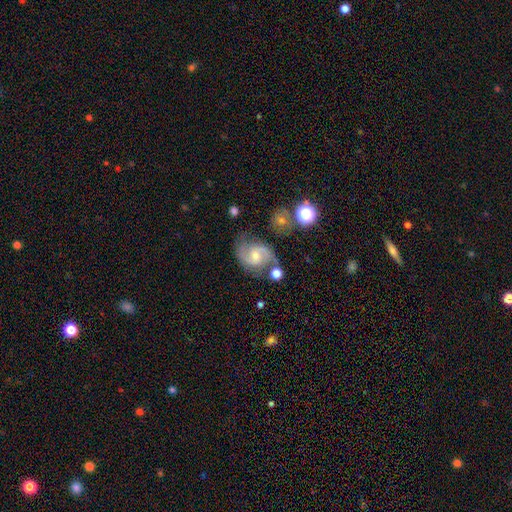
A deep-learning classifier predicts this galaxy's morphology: smooth-or-featured: featured or disk: 84% | smooth: 9% | star or artifact: 7%
  disk-edge-on: no: 98% | yes: 2%
    bar: weak: 48% | no: 42% | strong: 10%
    has-spiral-arms: yes: 97% | no: 3%
      spiral-winding: medium: 59% | loose: 22% | tight: 19%
      spiral-arm-count: 2: 91% | can't tell: 4% | 3: 2% | 1: 2% | 4: 1% | more than 4: 1%
    bulge-size: small: 49% | moderate: 44% | none: 3% | large: 2% | dominant: 1%
  merging: none: 65% | minor disturbance: 19% | major disturbance: 8% | merger: 8%